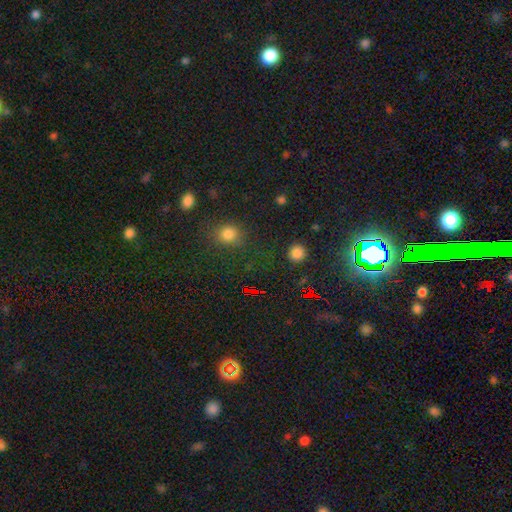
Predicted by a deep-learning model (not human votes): A smooth galaxy with no disk features (47%, tied with star or artifact).

Vote fractions:
- Smooth or featured? smooth: 47% (tied) / star or artifact: 47% (tied) / featured or disk: 6%
- Merging? none: 86% / minor disturbance: 8% / major disturbance: 3% / merger: 3%